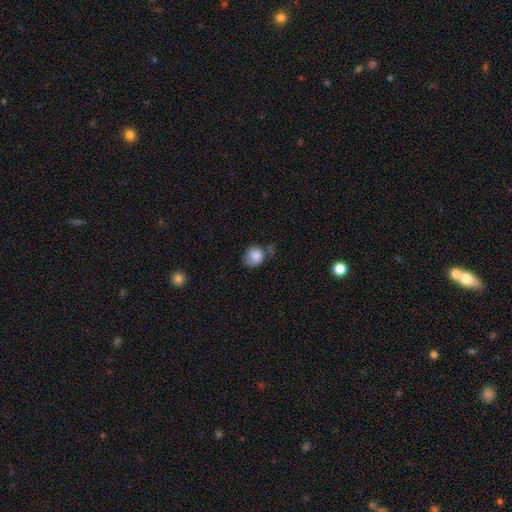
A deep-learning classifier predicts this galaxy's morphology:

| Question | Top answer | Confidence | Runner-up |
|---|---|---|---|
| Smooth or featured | smooth | 85% | star or artifact (8%) |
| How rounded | round | 71% | in between (28%) |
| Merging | none | 48% | minor disturbance (31%) |